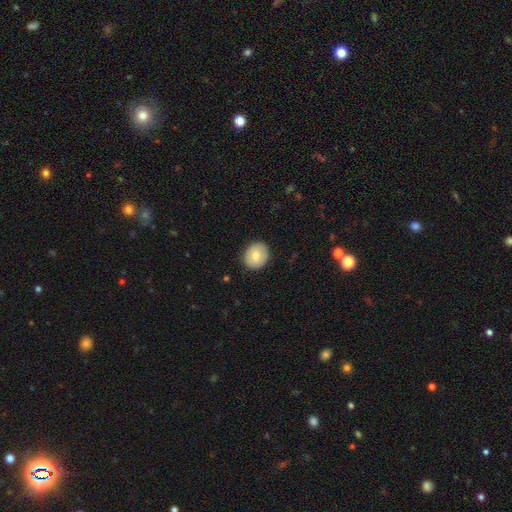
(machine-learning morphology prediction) Overall: smooth (72%). How rounded: round (67%; in between 32%). Merging: none (90%).